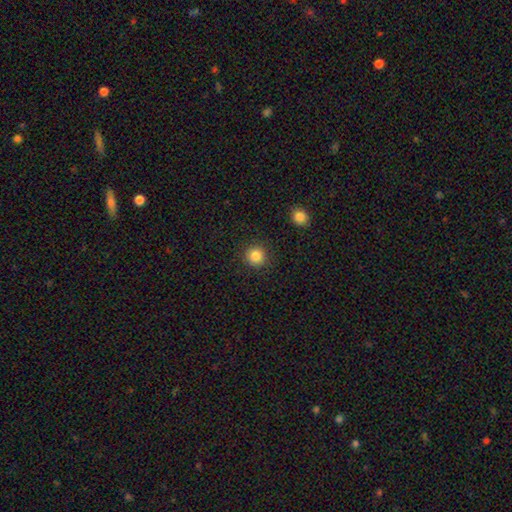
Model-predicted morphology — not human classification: The model was most divided on "smooth or featured": smooth: 85%, star or artifact: 10%, featured or disk: 5%. More confident: how rounded — round (93%); merging — none (91%).